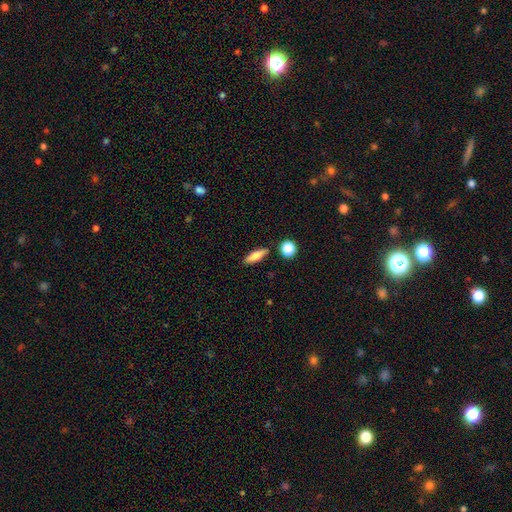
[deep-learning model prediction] A smooth galaxy with no disk features (74%) that is in between round and cigar-shaped (50%). Merging: none (85%).